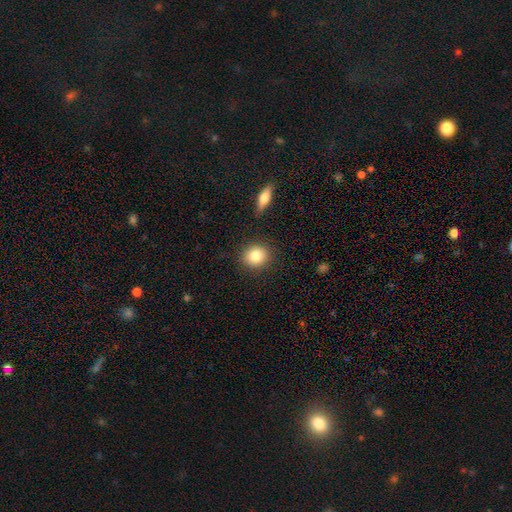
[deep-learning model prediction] smooth-or-featured: smooth: 82% | featured or disk: 10% | star or artifact: 9%
  how-rounded: round: 80% | in between: 18% | cigar-shaped: 1%
  merging: none: 88% | minor disturbance: 8% | merger: 2% | major disturbance: 2%